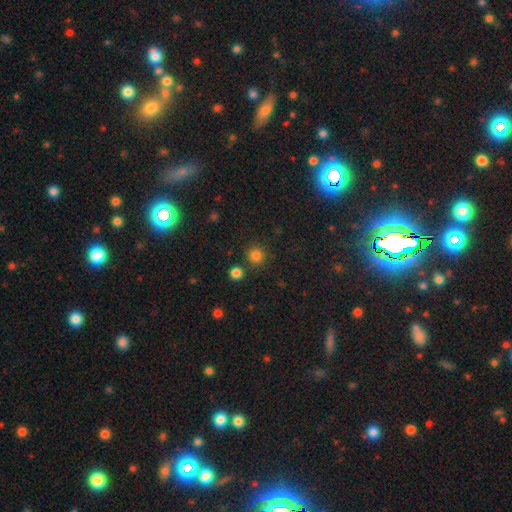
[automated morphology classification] smooth-or-featured: smooth: 82% | star or artifact: 14% | featured or disk: 4%
  how-rounded: round: 92% | in between: 7% | cigar-shaped: 1%
  merging: none: 83% | minor disturbance: 7% | merger: 7% | major disturbance: 3%